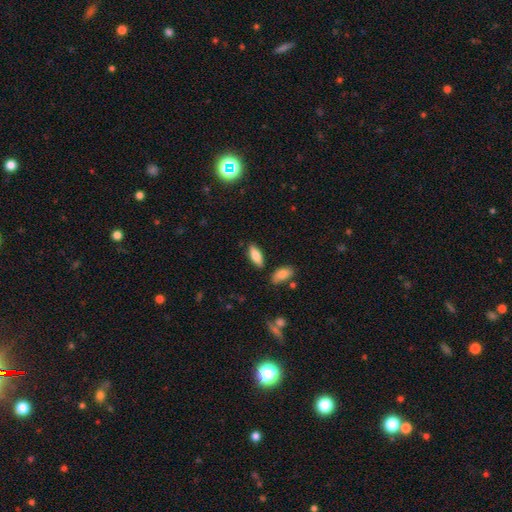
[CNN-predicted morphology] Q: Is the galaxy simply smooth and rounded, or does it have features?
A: smooth — 80%.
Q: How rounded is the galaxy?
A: in between — 74%.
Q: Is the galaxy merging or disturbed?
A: none — 84%.